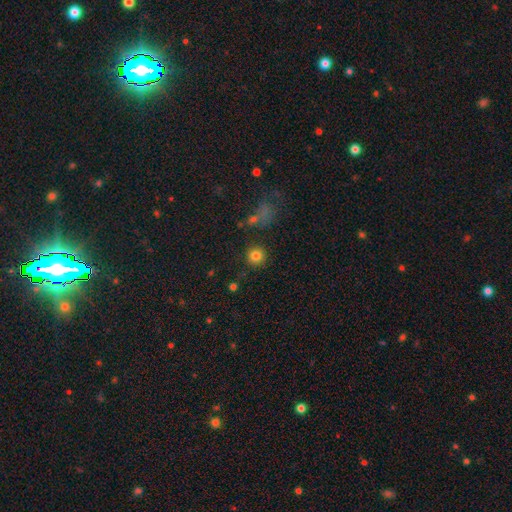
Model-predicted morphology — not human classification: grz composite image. It shows a smooth galaxy with no disk features (82%) that is round (95%). Merging: none (87%).